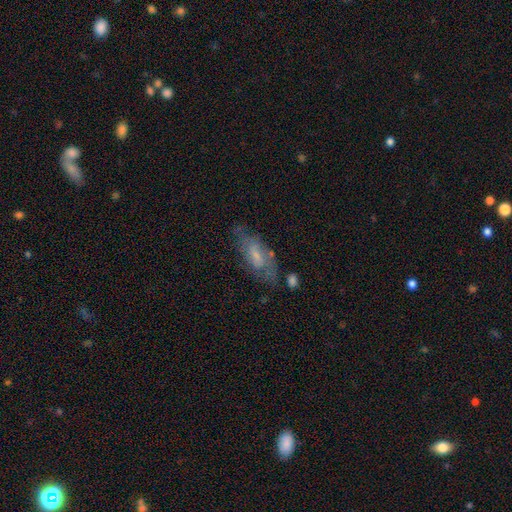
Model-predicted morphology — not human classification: A featured or disk galaxy (56%).

Vote fractions:
- Smooth or featured? featured or disk: 56% / smooth: 35% / star or artifact: 9%
- Edge-on disk? no: 85% / yes: 15%
- Merging? none: 63% / minor disturbance: 22% / major disturbance: 11% / merger: 4%